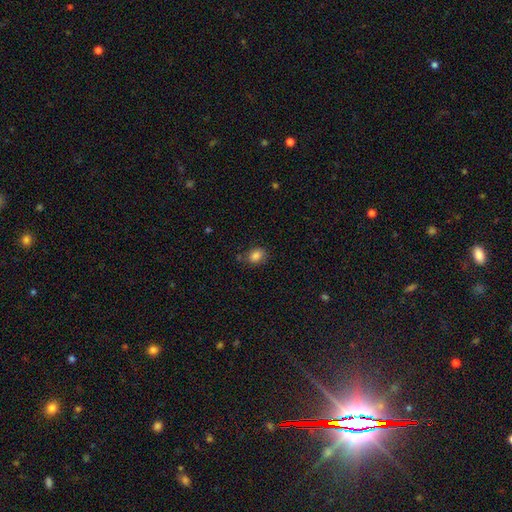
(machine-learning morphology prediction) Smooth or featured? smooth (85%)
How rounded? in between (61%)
Merging? none (74%)